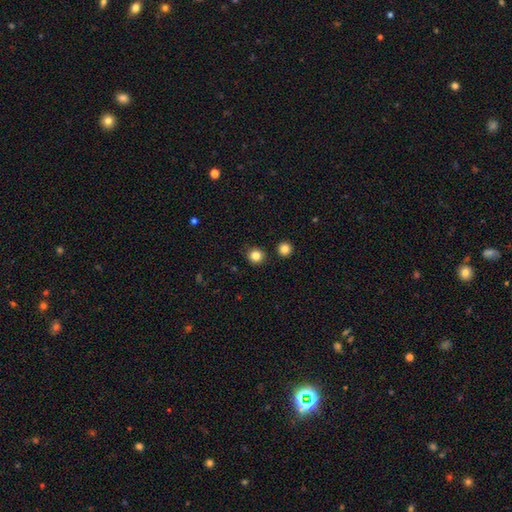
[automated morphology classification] Smooth or featured: smooth — 83% (star or artifact — 13%)
How rounded: round — 92% (in between — 7%)
Merging: none — 89% (minor disturbance — 7%)